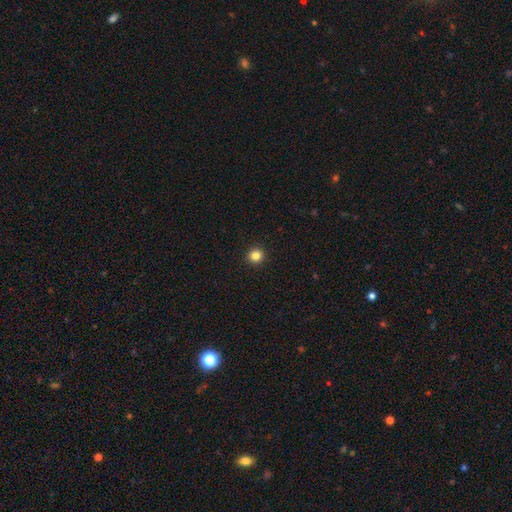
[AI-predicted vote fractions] smooth 83%, star or artifact 12%, featured or disk 4%. Down the decision tree: how rounded — round (94%); merging — none (94%).